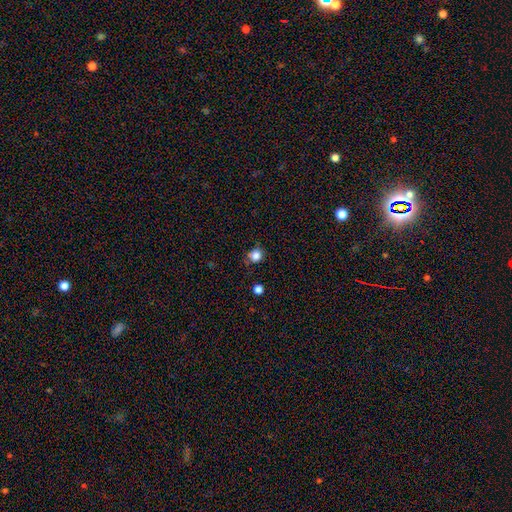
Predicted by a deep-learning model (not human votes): A smooth galaxy with no disk features (82%) that is round (85%).

Vote fractions:
- Smooth or featured? smooth: 82% / star or artifact: 13% / featured or disk: 5%
- How rounded? round: 85% / in between: 14% / cigar-shaped: 1%
- Merging? none: 73% / minor disturbance: 18% / major disturbance: 5% / merger: 4%